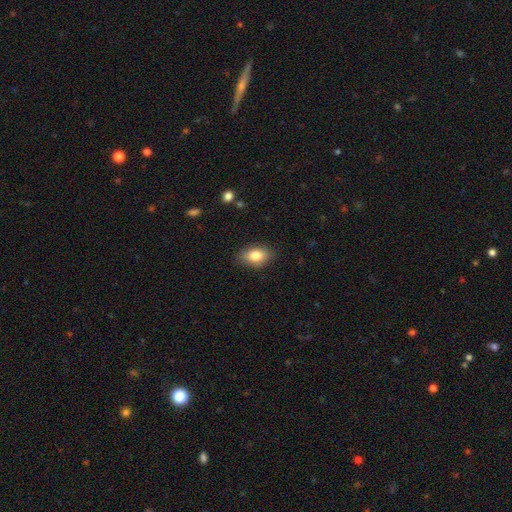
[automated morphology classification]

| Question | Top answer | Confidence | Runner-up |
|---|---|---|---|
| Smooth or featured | smooth | 82% | featured or disk (10%) |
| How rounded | in between | 86% | round (12%) |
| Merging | none | 85% | minor disturbance (12%) |